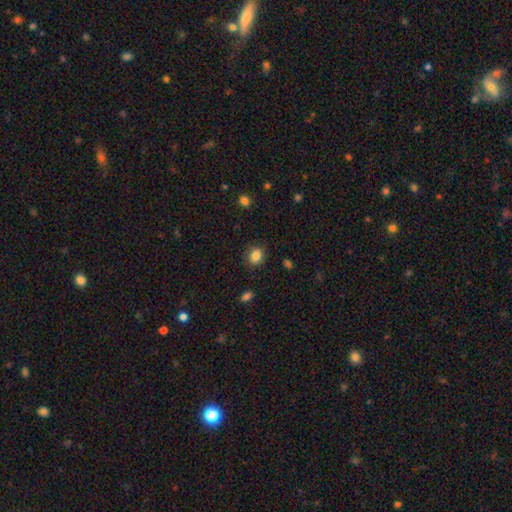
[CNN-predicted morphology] Q: Smooth or featured?
A: smooth (84%); runner-up: star or artifact (10%)
Q: How rounded?
A: round (56%); runner-up: in between (43%)
Q: Merging?
A: none (85%); runner-up: minor disturbance (11%)